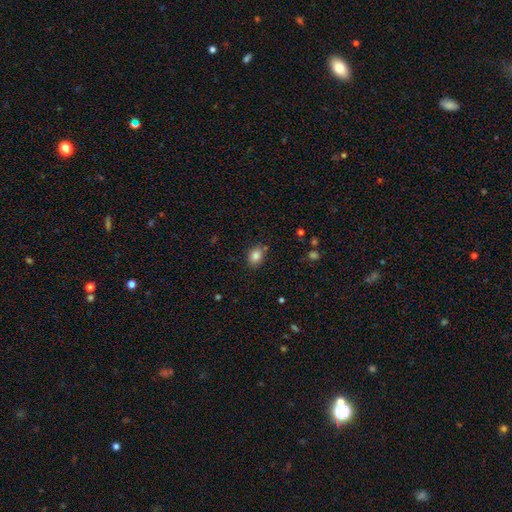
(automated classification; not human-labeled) Smooth or featured? smooth (84%)
How rounded? in between (59%)
Merging? none (77%)